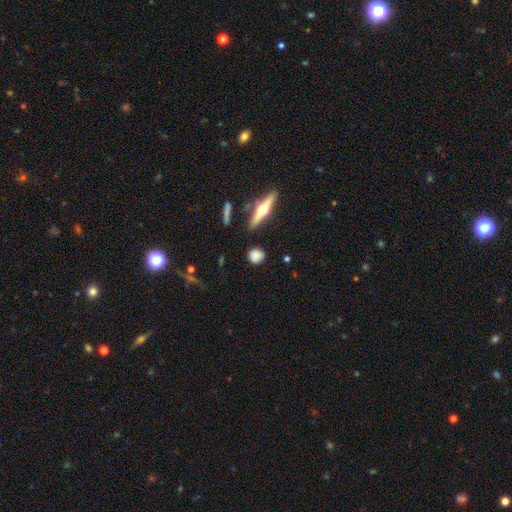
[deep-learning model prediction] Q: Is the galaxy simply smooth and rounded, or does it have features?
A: smooth — 75%.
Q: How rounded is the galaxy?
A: round — 75%.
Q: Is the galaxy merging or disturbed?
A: none — 83%.